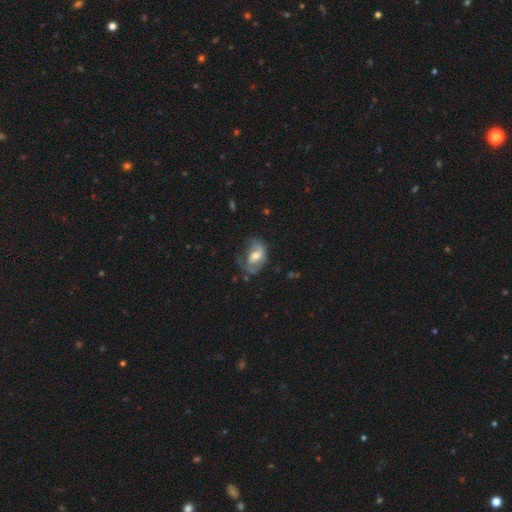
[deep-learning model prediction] A featured or disk galaxy (62%) with a weak bar (42%), spiral arms (73%) and a moderate central bulge (65%). Merging: none (50%).